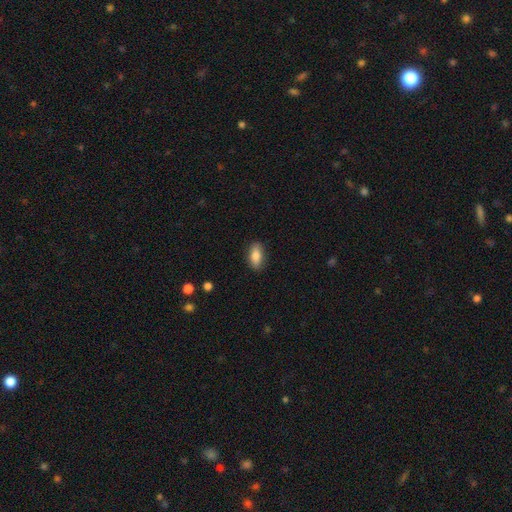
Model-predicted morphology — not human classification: The model was most divided on "merging": none: 85%, minor disturbance: 11%, major disturbance: 2%, merger: 1%. More confident: how rounded — in between (86%); smooth or featured — smooth (85%).